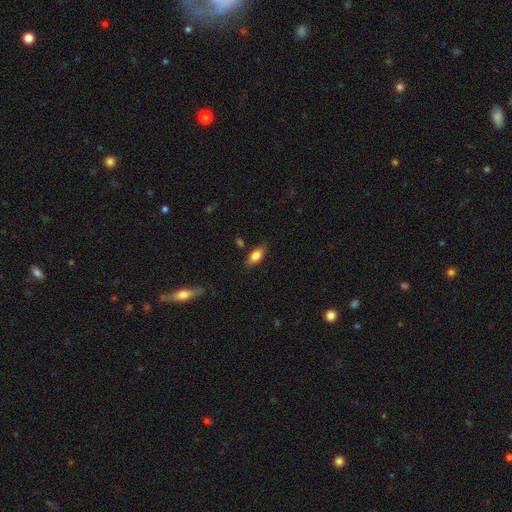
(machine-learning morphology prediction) Smooth or featured: smooth — 79% (featured or disk — 14%)
How rounded: in between — 84% (cigar-shaped — 12%)
Merging: none — 81% (minor disturbance — 14%)